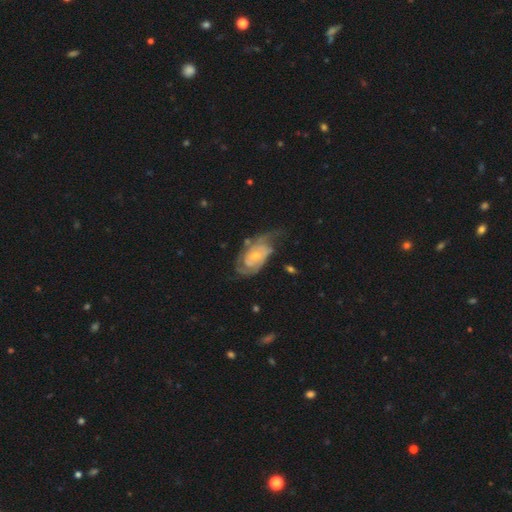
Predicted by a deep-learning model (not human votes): This appears to be a featured or disk galaxy (83%) with no bar (69%), 2 (58%) tight (54%) spiral arms (94%) and a small central bulge (64%). Merging: none (53%).